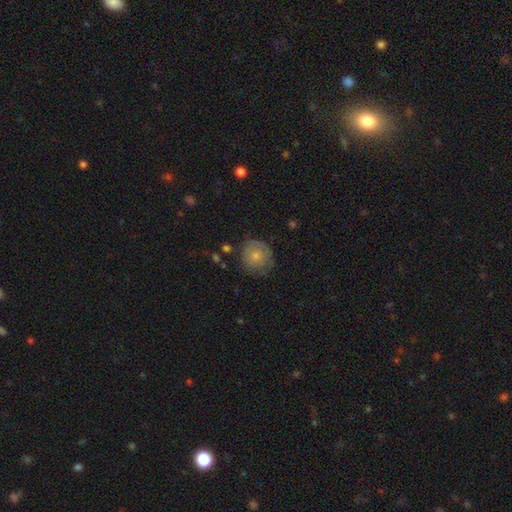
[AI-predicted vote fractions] Smooth or featured? smooth (68%)
How rounded? round (91%)
Merging? none (67%)